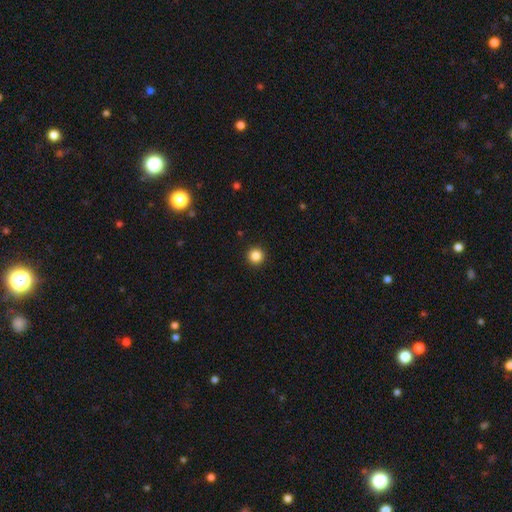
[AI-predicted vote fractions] smooth 85%, star or artifact 11%, featured or disk 3%. Down the decision tree: how rounded — round (96%); merging — none (94%).